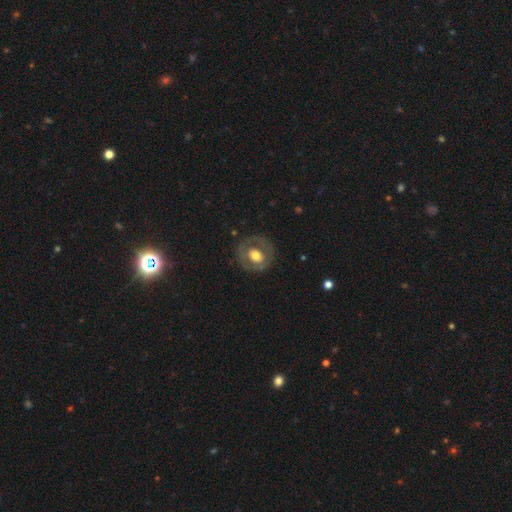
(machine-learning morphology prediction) smooth-or-featured: featured or disk: 52% | smooth: 42% | star or artifact: 6%
  disk-edge-on: no: 95% | yes: 5%
  merging: none: 75% | minor disturbance: 15% | major disturbance: 8% | merger: 1%